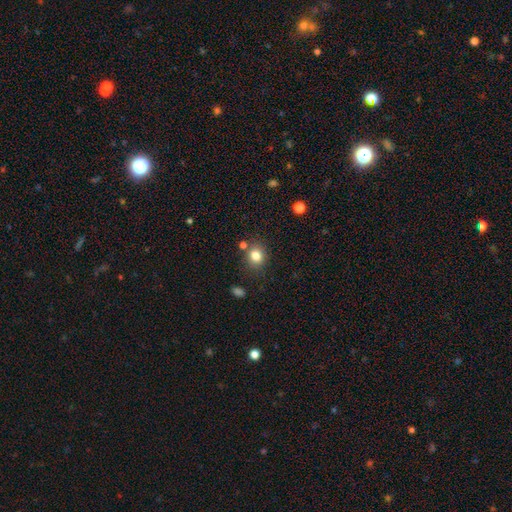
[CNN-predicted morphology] A smooth galaxy with no disk features (81%) that is round (72%). Merging: none (79%).